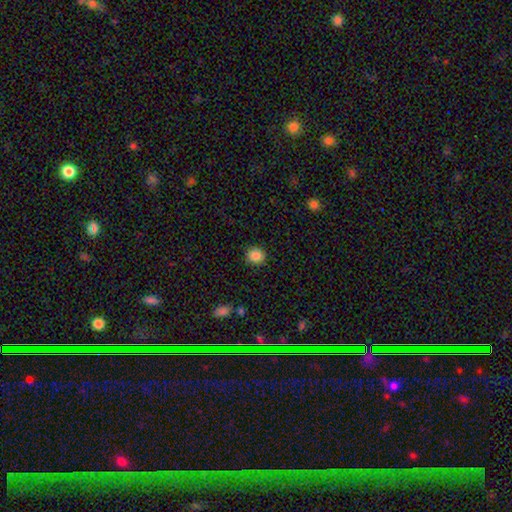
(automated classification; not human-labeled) Smooth or featured: smooth — 86% (star or artifact — 10%)
How rounded: round — 82% (in between — 17%)
Merging: none — 89% (minor disturbance — 8%)